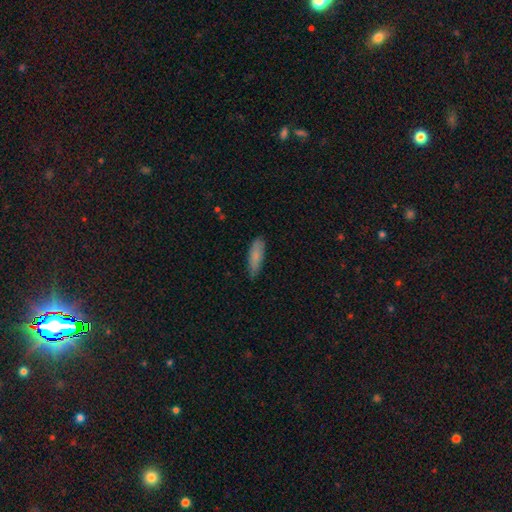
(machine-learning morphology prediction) smooth-or-featured: smooth: 81% | featured or disk: 13% | star or artifact: 6%
  how-rounded: cigar-shaped: 51% | in between: 48% | round: 2%
  merging: none: 76% | minor disturbance: 20% | major disturbance: 3% | merger: 1%